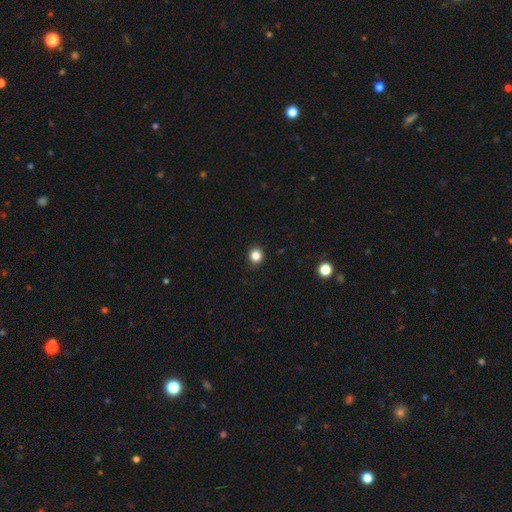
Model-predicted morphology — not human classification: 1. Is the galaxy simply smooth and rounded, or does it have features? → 84% smooth, 12% star or artifact, 4% featured or disk.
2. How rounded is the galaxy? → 90% round, 9% in between, 1% cigar-shaped.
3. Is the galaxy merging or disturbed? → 91% none, 7% minor disturbance, 2% major disturbance, 1% merger.